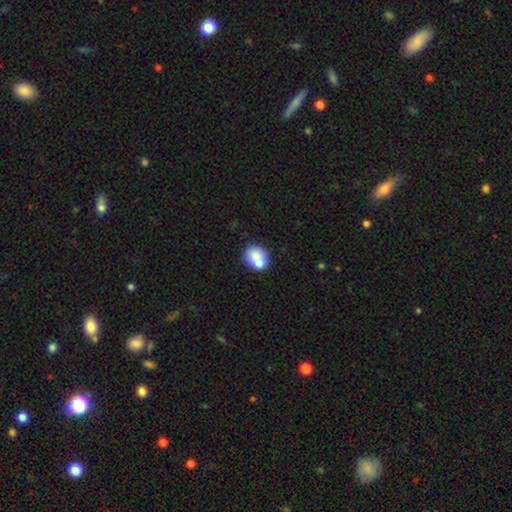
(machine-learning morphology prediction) smooth-or-featured: smooth: 73% | featured or disk: 18% | star or artifact: 9%
  how-rounded: round: 68% | in between: 31% | cigar-shaped: 1%
  merging: none: 46% | merger: 37% | minor disturbance: 13% | major disturbance: 5%